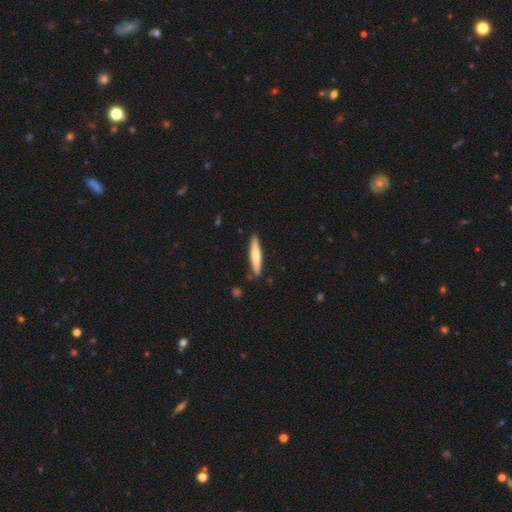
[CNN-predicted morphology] A smooth galaxy with no disk features (66%) that is cigar-shaped (89%). Merging: none (86%).